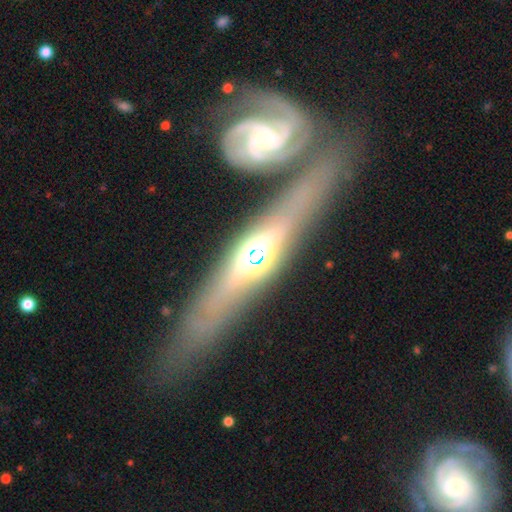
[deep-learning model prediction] Q: Smooth or featured?
A: featured or disk (61%); runner-up: smooth (28%)
Q: Edge-on disk?
A: yes (85%); runner-up: no (15%)
Q: Edge-on bulge?
A: rounded (90%); runner-up: boxy (6%)
Q: Merging?
A: none (80%); runner-up: minor disturbance (9%)